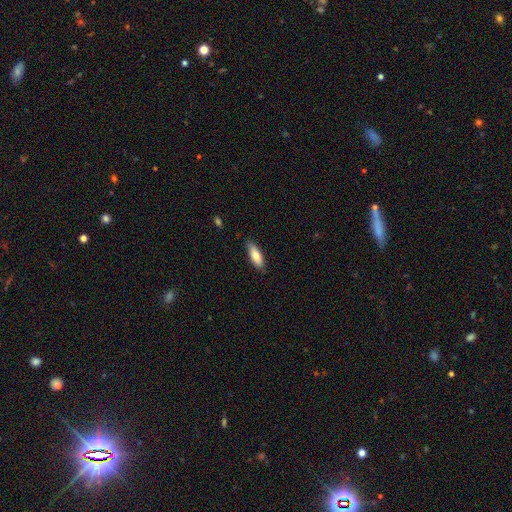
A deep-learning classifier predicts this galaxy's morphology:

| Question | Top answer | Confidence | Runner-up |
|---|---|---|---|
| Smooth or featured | smooth | 77% | featured or disk (17%) |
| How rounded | in between | 64% | cigar-shaped (35%) |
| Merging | none | 83% | minor disturbance (14%) |